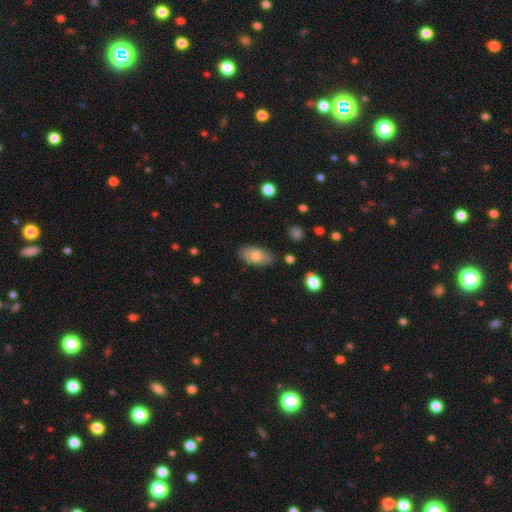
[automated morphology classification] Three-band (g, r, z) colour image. It shows a smooth galaxy with no disk features (75%) that is in between round and cigar-shaped (91%). Merging: none (83%).